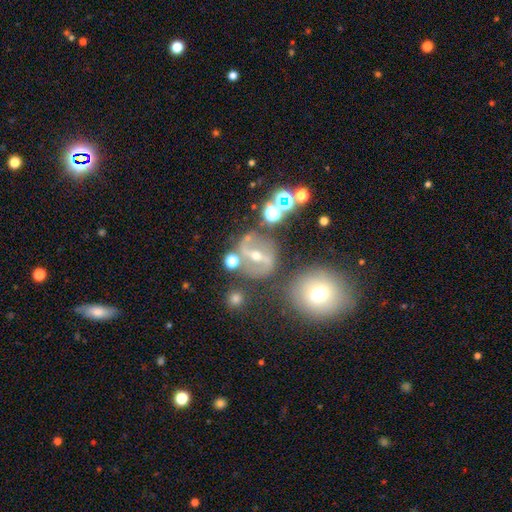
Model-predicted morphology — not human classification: Smooth or featured? Predicted: featured or disk (p=0.70). Edge-on disk? Predicted: no (p=0.92). Bar? Predicted: strong (p=0.63). Spiral arms? Predicted: yes (p=0.70). Bulge size? Predicted: moderate (p=0.54). Merging? Predicted: none (p=0.68).